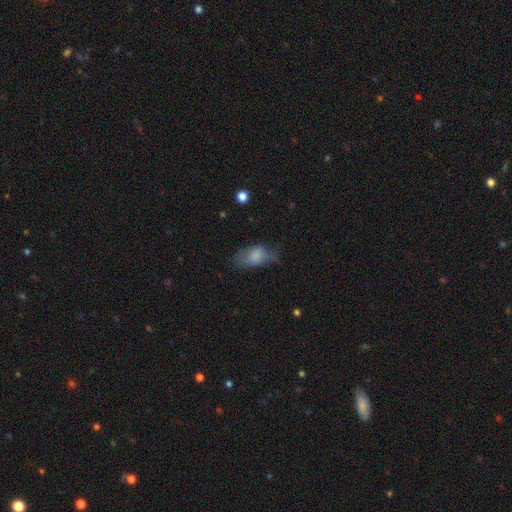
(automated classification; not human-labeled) Smooth or featured: smooth — 75% (featured or disk — 17%)
How rounded: in between — 89% (round — 8%)
Merging: none — 44% (minor disturbance — 32%)